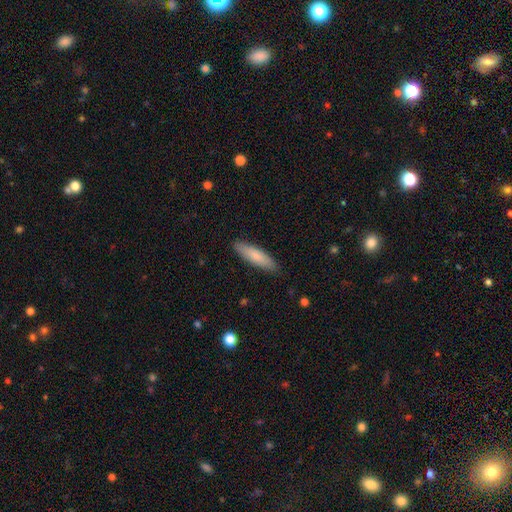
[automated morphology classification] This is clearly a smooth galaxy (80%). How rounded: likely cigar-shaped (65%). Merging: clearly none (88%).